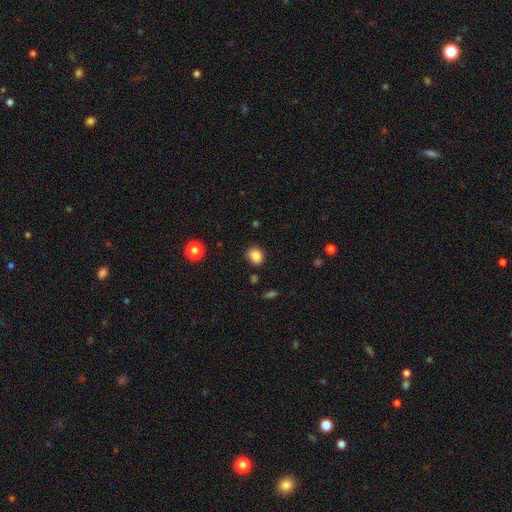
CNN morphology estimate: Smooth or featured? Predicted: smooth (p=0.86). How rounded? Predicted: round (p=0.59). Merging? Predicted: none (p=0.83).